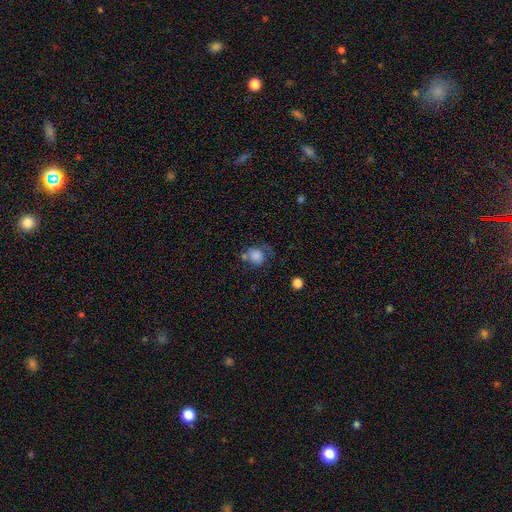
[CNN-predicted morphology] smooth_or_featured: smooth (p=0.80) [alt: featured or disk p=0.10]
how_rounded: round (p=0.74) [alt: in between p=0.25]
merging: none (p=0.47) [alt: minor disturbance p=0.24]